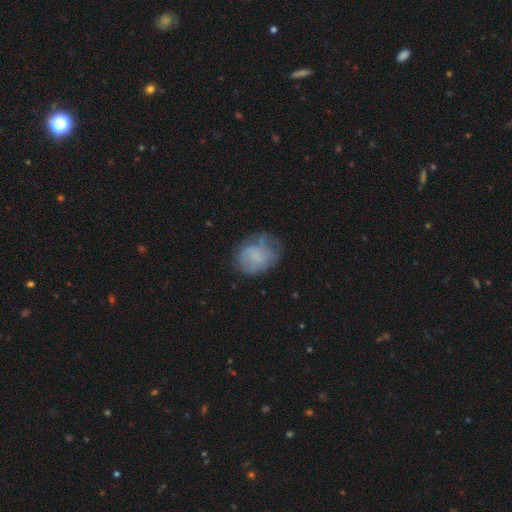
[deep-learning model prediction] Q: Smooth or featured?
A: smooth (58%); runner-up: featured or disk (33%)
Q: How rounded?
A: in between (50%); runner-up: round (49%)
Q: Merging?
A: none (49%); runner-up: minor disturbance (30%)